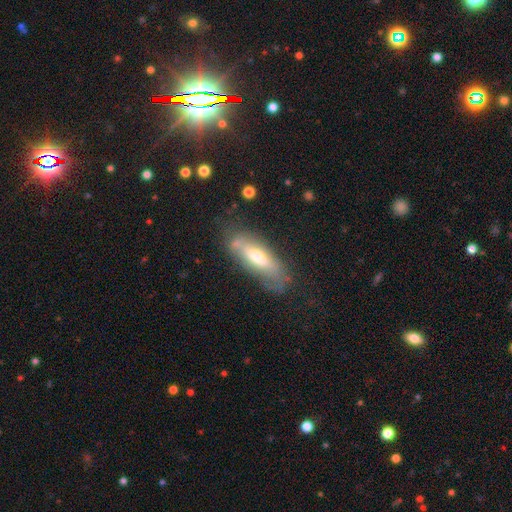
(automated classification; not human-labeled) smooth-or-featured: featured or disk: 46% | smooth: 45% | star or artifact: 9%
  merging: none: 62% | minor disturbance: 24% | major disturbance: 10% | merger: 4%